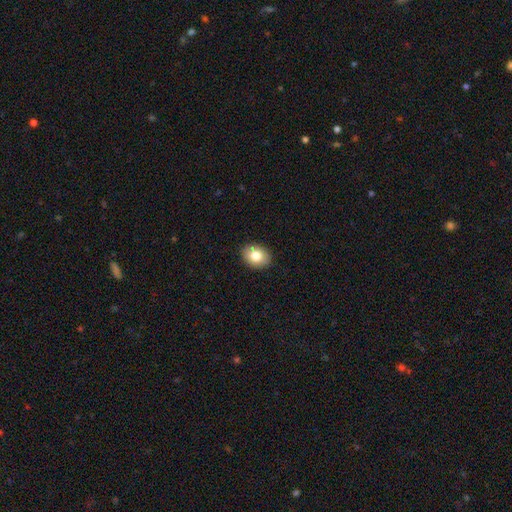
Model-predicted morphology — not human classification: Smooth or featured?
  - smooth: 81% *
  - featured or disk: 11%
  - star or artifact: 9%
How rounded?
  - in between: 63% *
  - round: 36%
  - cigar-shaped: 1%
Merging?
  - none: 90% *
  - minor disturbance: 7%
  - major disturbance: 2%
  - merger: 1%